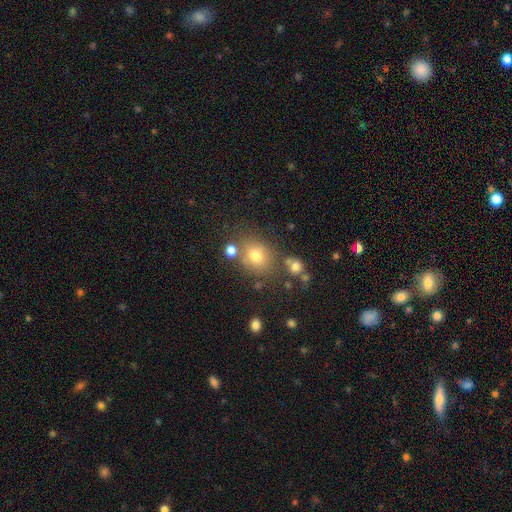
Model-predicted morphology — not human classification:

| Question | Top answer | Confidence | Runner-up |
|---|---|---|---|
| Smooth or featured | smooth | 73% | star or artifact (15%) |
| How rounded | round | 68% | in between (31%) |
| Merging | none | 70% | minor disturbance (14%) |